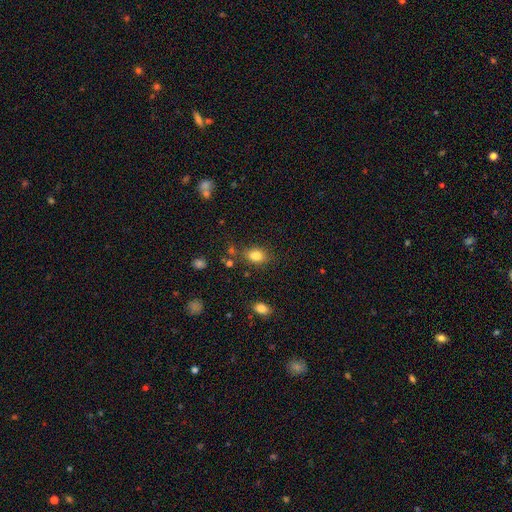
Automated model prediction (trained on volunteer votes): smooth-or-featured: smooth: 83% | star or artifact: 10% | featured or disk: 6%
  how-rounded: in between: 73% | round: 25% | cigar-shaped: 2%
  merging: none: 73% | minor disturbance: 16% | merger: 6% | major disturbance: 5%